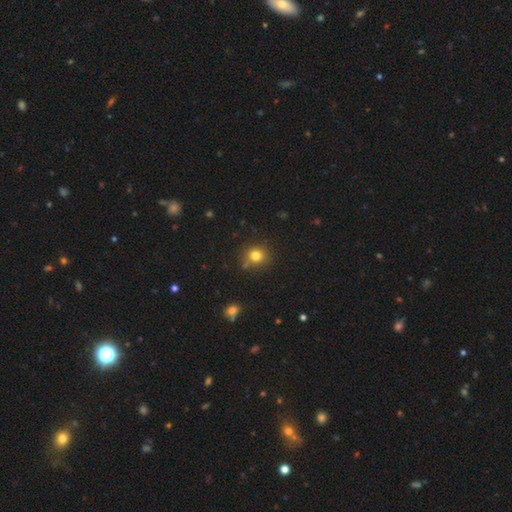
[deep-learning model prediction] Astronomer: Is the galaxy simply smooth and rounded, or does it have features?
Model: smooth — 79%.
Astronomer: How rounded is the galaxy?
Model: round — 85%.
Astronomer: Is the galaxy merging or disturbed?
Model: none — 79%.